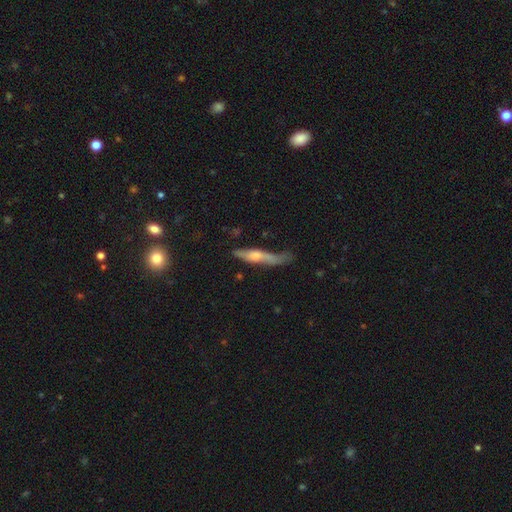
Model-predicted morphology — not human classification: smooth-or-featured: featured or disk: 53% | smooth: 40% | star or artifact: 7%
  disk-edge-on: yes: 84% | no: 16%
  merging: none: 46% | minor disturbance: 30% | major disturbance: 18% | merger: 5%